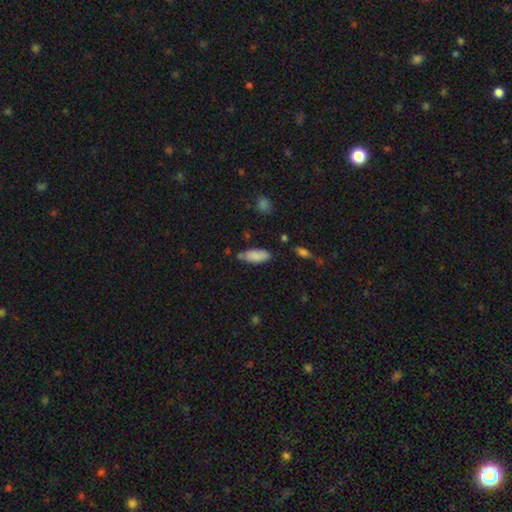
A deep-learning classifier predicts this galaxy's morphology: Smooth or featured: smooth — 85% (featured or disk — 8%)
How rounded: in between — 78% (cigar-shaped — 20%)
Merging: none — 65% (minor disturbance — 25%)